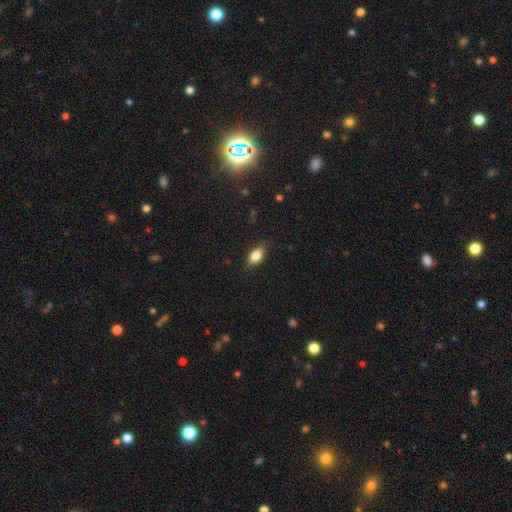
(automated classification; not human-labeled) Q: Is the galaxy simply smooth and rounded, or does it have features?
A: smooth — 73%.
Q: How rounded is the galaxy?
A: in between — 81%.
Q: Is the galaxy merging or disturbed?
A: none — 82%.